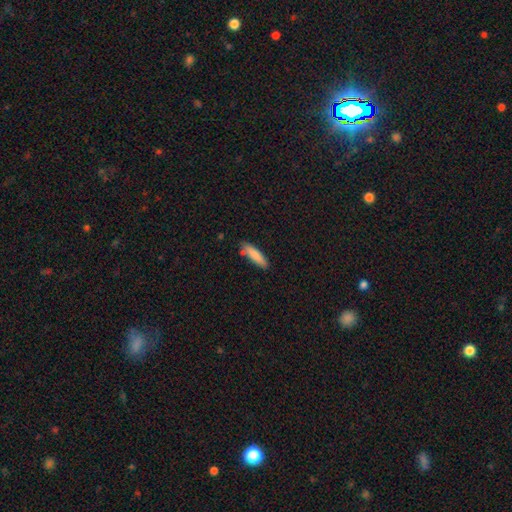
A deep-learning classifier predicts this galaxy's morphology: A smooth galaxy with no disk features (84%) that is cigar-shaped (71%). Merging: none (78%).